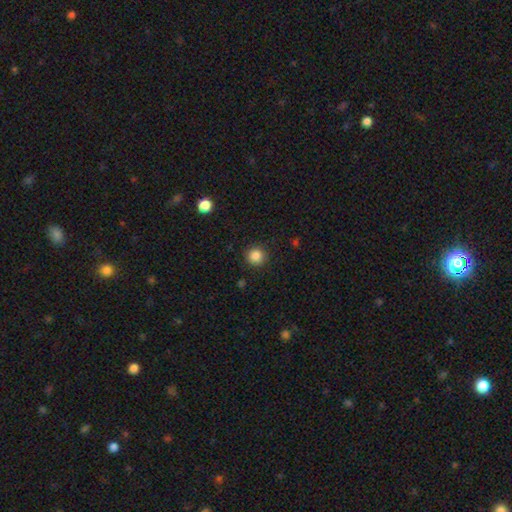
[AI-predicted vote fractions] A smooth galaxy with no disk features (86%) that is round (95%).

Vote fractions:
- Smooth or featured? smooth: 86% / star or artifact: 11% / featured or disk: 4%
- How rounded? round: 95% / in between: 4% / cigar-shaped: 1%
- Merging? none: 91% / minor disturbance: 6% / major disturbance: 2% / merger: 1%